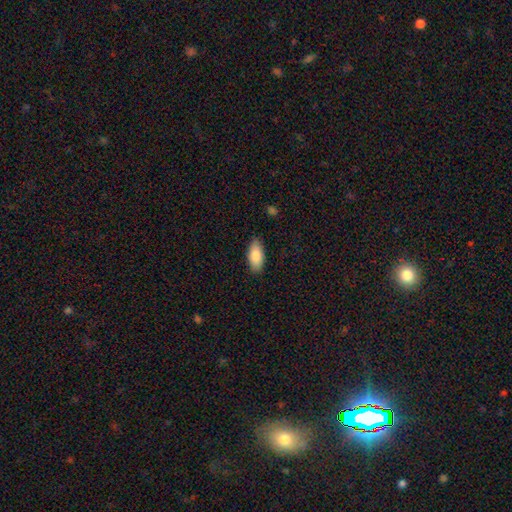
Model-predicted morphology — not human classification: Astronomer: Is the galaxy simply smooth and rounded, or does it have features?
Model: smooth — 86%.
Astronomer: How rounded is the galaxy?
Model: in between — 90%.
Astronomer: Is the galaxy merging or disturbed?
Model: none — 85%.